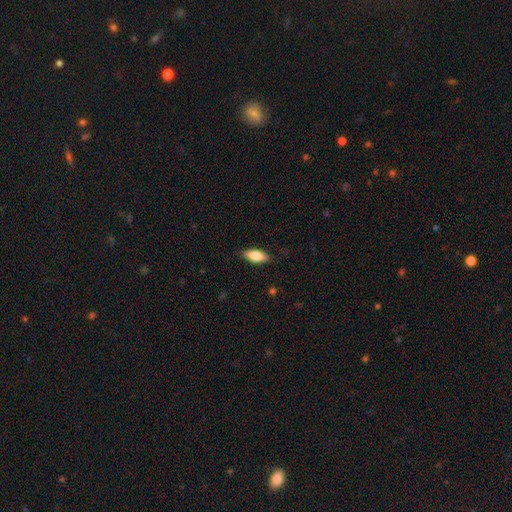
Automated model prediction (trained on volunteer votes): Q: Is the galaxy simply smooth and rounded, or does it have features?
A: smooth — 75%.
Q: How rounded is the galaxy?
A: in between — 78%.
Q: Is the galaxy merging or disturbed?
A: none — 86%.